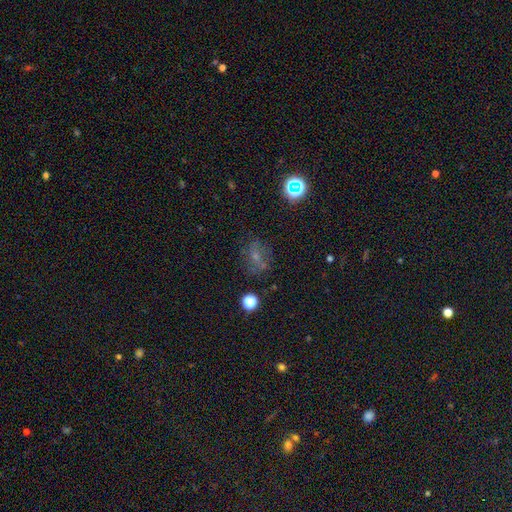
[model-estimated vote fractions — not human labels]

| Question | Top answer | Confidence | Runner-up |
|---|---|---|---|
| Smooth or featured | smooth | 44% | star or artifact (32%) |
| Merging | none | 64% | minor disturbance (19%) |